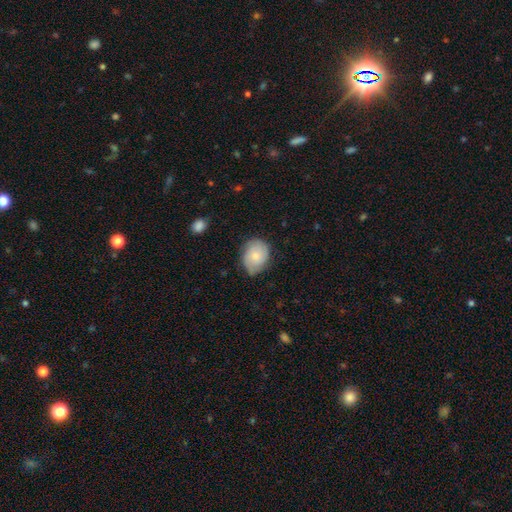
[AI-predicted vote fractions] Smooth or featured: smooth — 68% (featured or disk — 26%)
How rounded: in between — 61% (round — 38%)
Merging: none — 65% (minor disturbance — 28%)